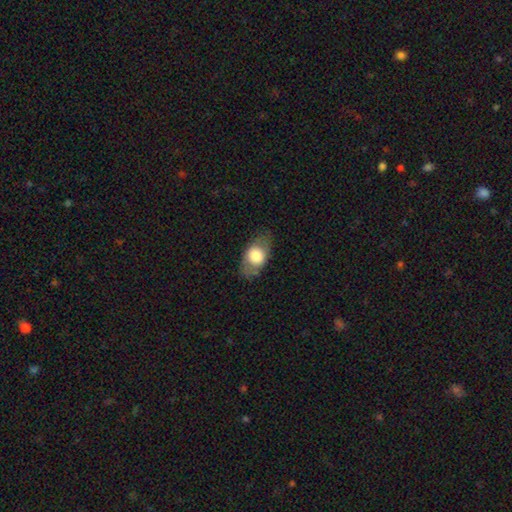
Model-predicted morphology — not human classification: Overall: smooth (64%; featured or disk 29%). How rounded: in between (82%). Merging: none (76%).